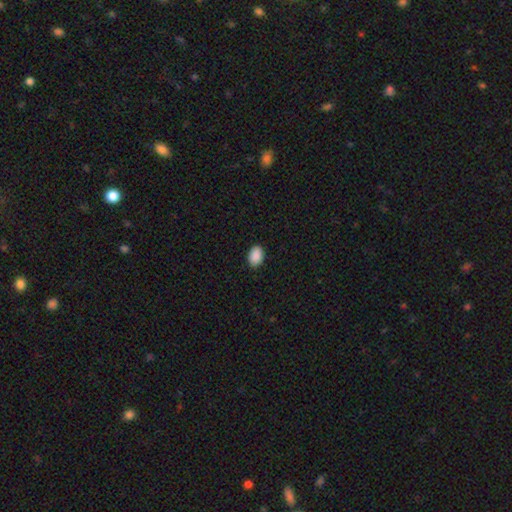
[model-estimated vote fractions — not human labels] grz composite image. It shows a smooth galaxy with no disk features (90%) that is in between round and cigar-shaped (84%). Merging: none (89%).